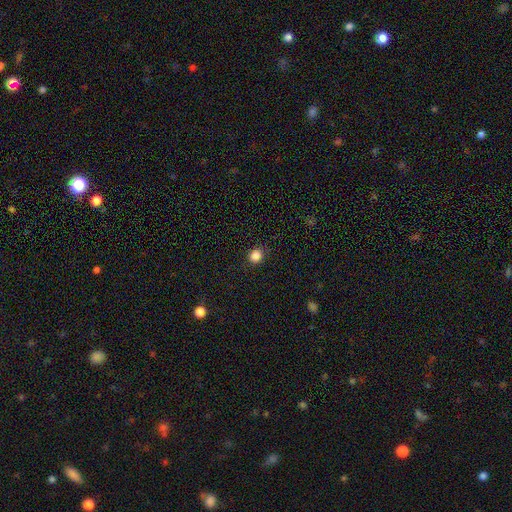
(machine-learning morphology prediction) The model was most divided on "how rounded": round: 82%, in between: 18%, cigar-shaped: 1%. More confident: merging — none (90%); smooth or featured — smooth (85%).